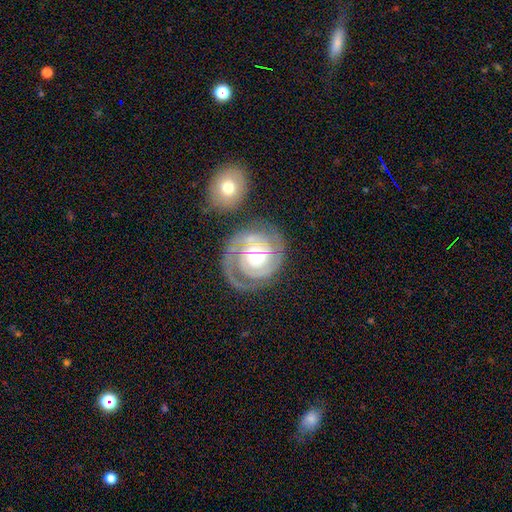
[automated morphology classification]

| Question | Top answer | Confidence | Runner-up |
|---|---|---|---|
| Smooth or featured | featured or disk | 85% | smooth (10%) |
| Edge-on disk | no | 98% | yes (2%) |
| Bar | no | 66% | weak (26%) |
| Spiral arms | yes | 94% | no (6%) |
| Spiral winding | tight | 75% | medium (20%) |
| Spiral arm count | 2 | 39% | can't tell (20%) |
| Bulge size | moderate | 66% | large (16%) |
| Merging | none | 64% | minor disturbance (17%) |